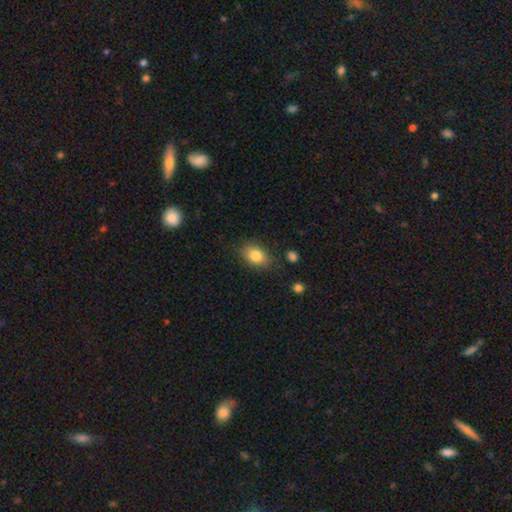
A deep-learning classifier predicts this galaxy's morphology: A smooth galaxy with no disk features (82%) that is in between round and cigar-shaped (77%).

Vote fractions:
- Smooth or featured? smooth: 82% / featured or disk: 9% / star or artifact: 9%
- How rounded? in between: 77% / round: 22% / cigar-shaped: 2%
- Merging? none: 81% / minor disturbance: 13% / major disturbance: 3% / merger: 2%